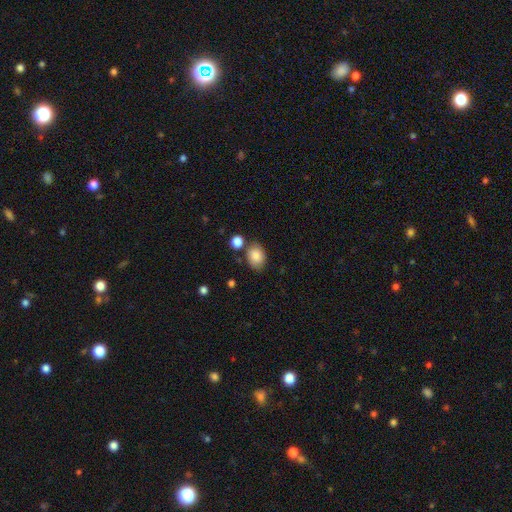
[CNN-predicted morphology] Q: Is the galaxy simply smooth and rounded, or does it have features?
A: smooth — 85%.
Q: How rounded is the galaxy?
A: in between — 65%.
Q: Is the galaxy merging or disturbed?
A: none — 71%.